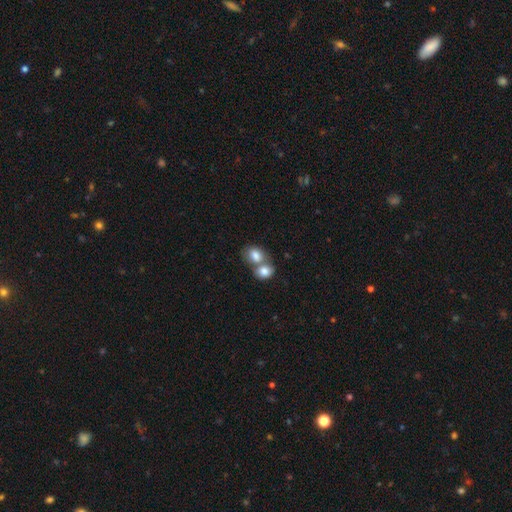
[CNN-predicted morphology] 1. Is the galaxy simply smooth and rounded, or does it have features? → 81% smooth, 11% featured or disk, 8% star or artifact.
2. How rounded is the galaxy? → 57% in between, 42% round, 1% cigar-shaped.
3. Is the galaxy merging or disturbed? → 64% merger, 25% none, 7% minor disturbance, 3% major disturbance.